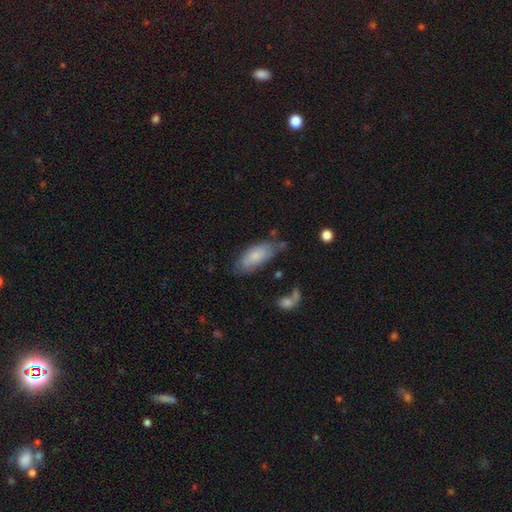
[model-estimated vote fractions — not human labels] smooth 76%, featured or disk 17%, star or artifact 6%. Down the decision tree: how rounded — in between (85%); merging — none (62%).